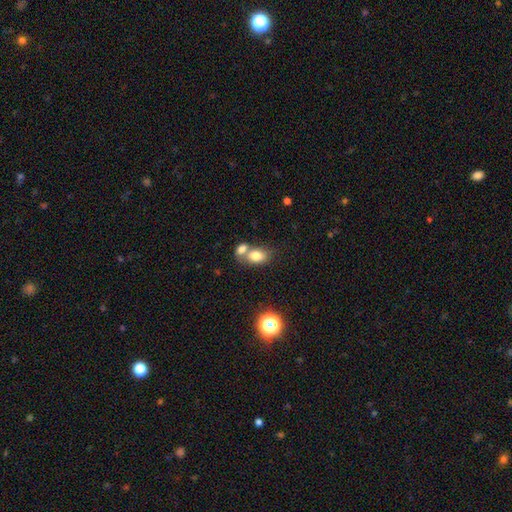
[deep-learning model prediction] smooth 78%, featured or disk 12%, star or artifact 10%. Down the decision tree: how rounded — in between (75%); merging — merger (52%).